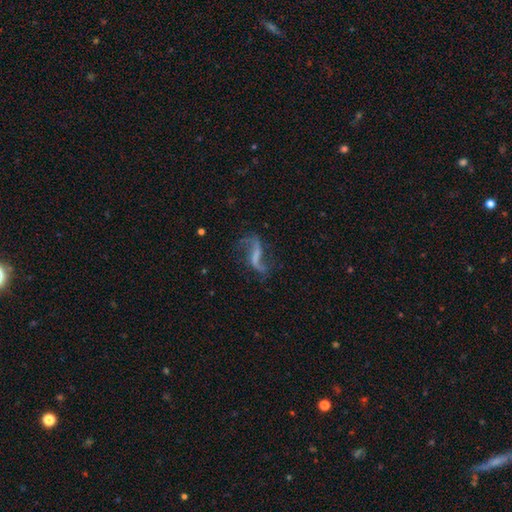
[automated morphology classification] Smooth or featured: featured or disk — 80% (smooth — 10%)
Edge-on disk: no — 94% (yes — 6%)
Bar: strong — 45% (weak — 35%)
Spiral arms: yes — 91% (no — 9%)
Spiral winding: loose — 89% (medium — 8%)
Spiral arm count: 2 — 90% (1 — 5%)
Bulge size: none — 62% (small — 24%)
Merging: none — 64% (major disturbance — 17%)